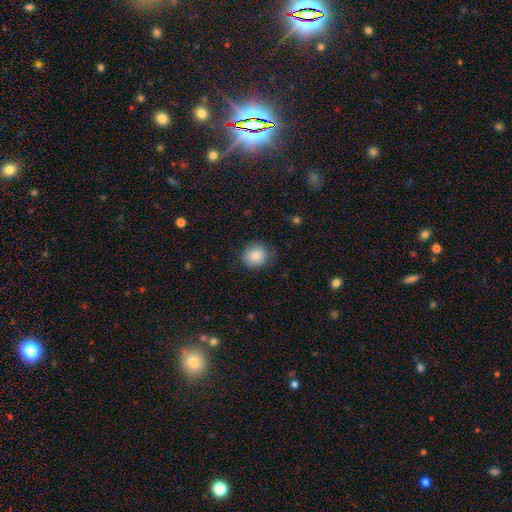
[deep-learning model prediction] Morphology: type=smooth (84%); roundness=round (84%); merging=none (79%).